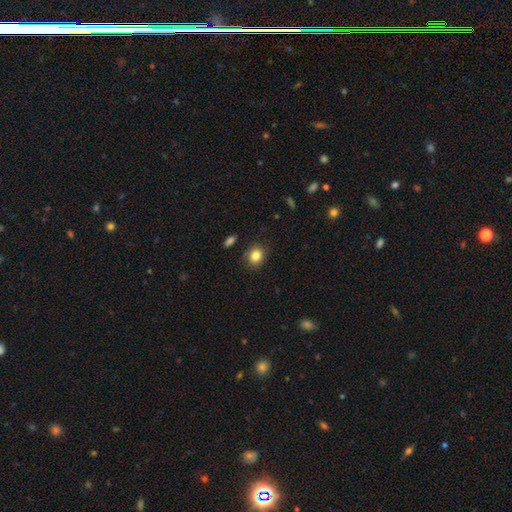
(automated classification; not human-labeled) This is clearly a smooth galaxy (84%). How rounded: likely round (66%). Merging: clearly none (87%).